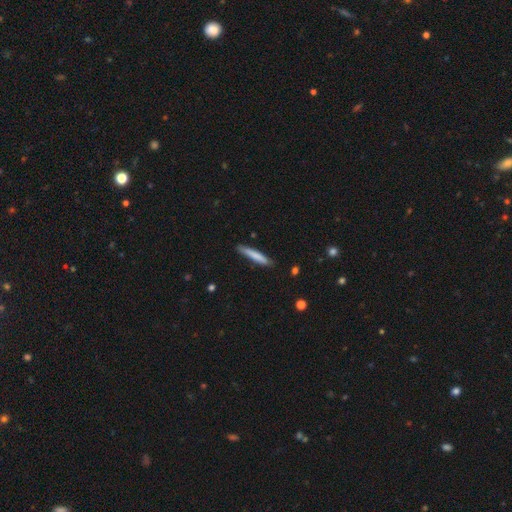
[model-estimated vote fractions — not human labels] Smooth or featured? Predicted: smooth (p=0.76). How rounded? Predicted: cigar-shaped (p=0.94). Merging? Predicted: none (p=0.84).